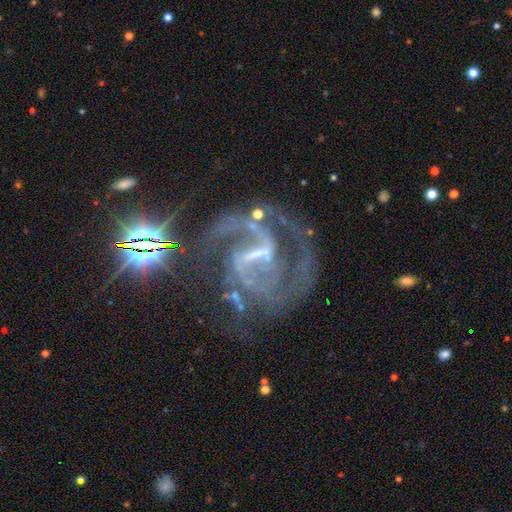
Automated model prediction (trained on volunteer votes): Morphology: type=featured or disk (88%); edge-on=no (98%); bar=strong (54%); spiral arms=yes (97%); winding=medium (59%); arm count=2 (83%); bulge=small (43%); merging=none (58%).